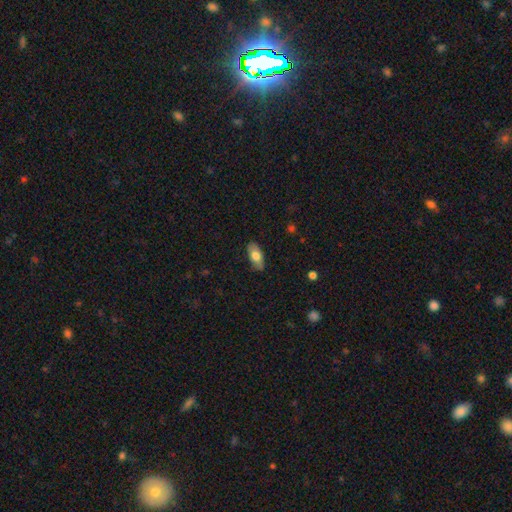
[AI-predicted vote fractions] A smooth galaxy with no disk features (69%) that is in between round and cigar-shaped (90%).

Vote fractions:
- Smooth or featured? smooth: 69% / featured or disk: 25% / star or artifact: 6%
- How rounded? in between: 90% / cigar-shaped: 7% / round: 3%
- Merging? none: 83% / minor disturbance: 13% / major disturbance: 2% / merger: 1%